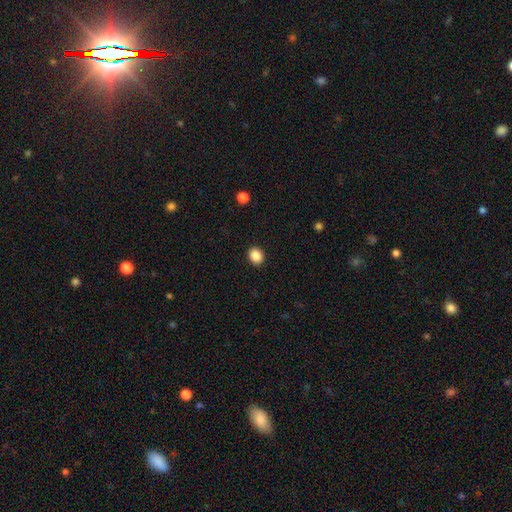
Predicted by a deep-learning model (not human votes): smooth_or_featured: smooth (p=0.88) [alt: star or artifact p=0.09]
how_rounded: round (p=0.62) [alt: in between p=0.37]
merging: none (p=0.92) [alt: minor disturbance p=0.06]